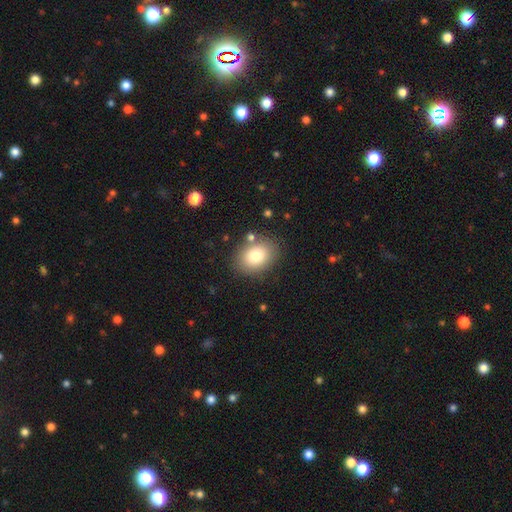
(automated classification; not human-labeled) Smooth or featured: smooth — 80% (featured or disk — 10%)
How rounded: in between — 67% (round — 32%)
Merging: none — 81% (minor disturbance — 11%)